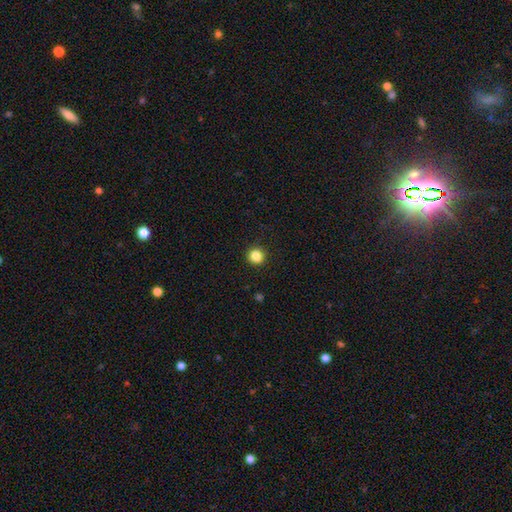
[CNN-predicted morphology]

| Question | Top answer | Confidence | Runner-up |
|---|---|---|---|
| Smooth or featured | smooth | 85% | star or artifact (11%) |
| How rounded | round | 91% | in between (8%) |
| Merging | none | 91% | minor disturbance (6%) |